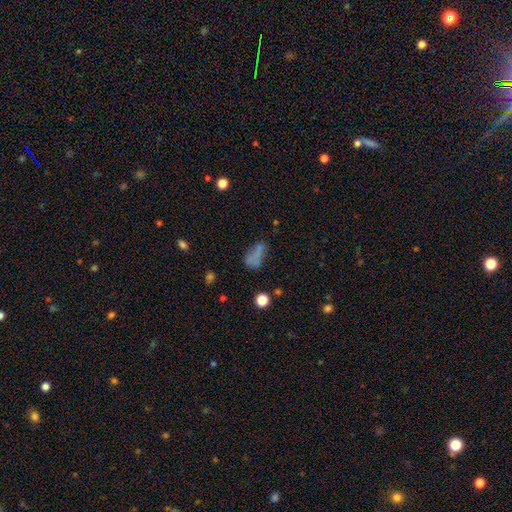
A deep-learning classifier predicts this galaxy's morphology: This is likely a smooth galaxy (61%). How rounded: clearly in between (80%). Merging: marginally none (41%).